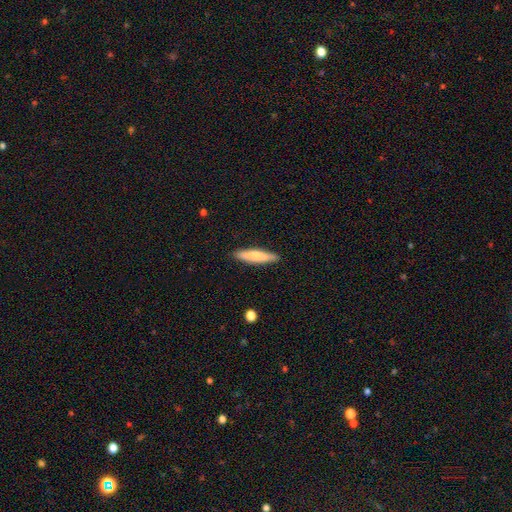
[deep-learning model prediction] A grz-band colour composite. It shows a smooth galaxy with no disk features (75%) that is cigar-shaped (84%). Merging: none (89%).